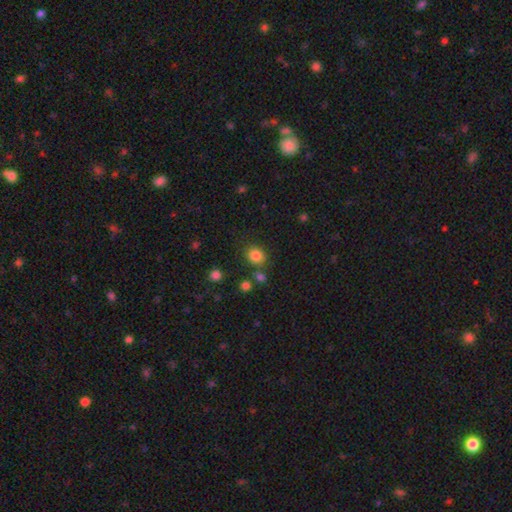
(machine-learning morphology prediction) A smooth galaxy with no disk features (83%) that is round (71%).

Vote fractions:
- Smooth or featured? smooth: 83% / star or artifact: 12% / featured or disk: 5%
- How rounded? round: 71% / in between: 28% / cigar-shaped: 1%
- Merging? none: 78% / minor disturbance: 11% / merger: 8% / major disturbance: 4%